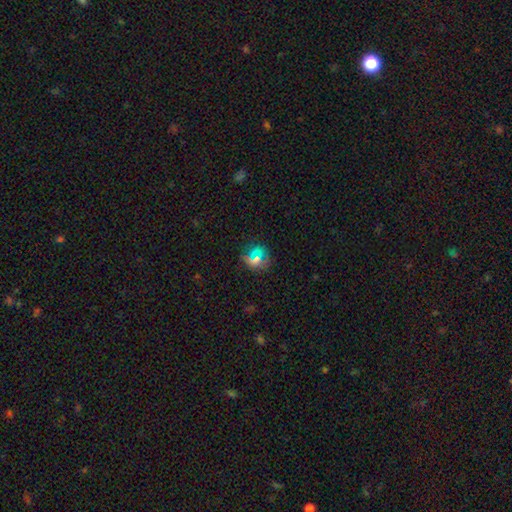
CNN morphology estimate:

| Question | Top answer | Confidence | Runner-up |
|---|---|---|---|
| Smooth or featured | smooth | 58% | star or artifact (24%) |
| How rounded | round | 82% | in between (16%) |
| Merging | none | 73% | minor disturbance (15%) |